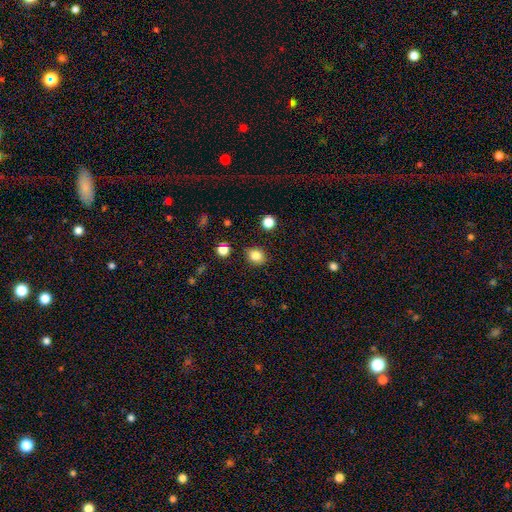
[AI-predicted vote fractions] smooth_or_featured: smooth (p=0.82) [alt: star or artifact p=0.12]
how_rounded: round (p=0.67) [alt: in between p=0.32]
merging: none (p=0.87) [alt: minor disturbance p=0.09]